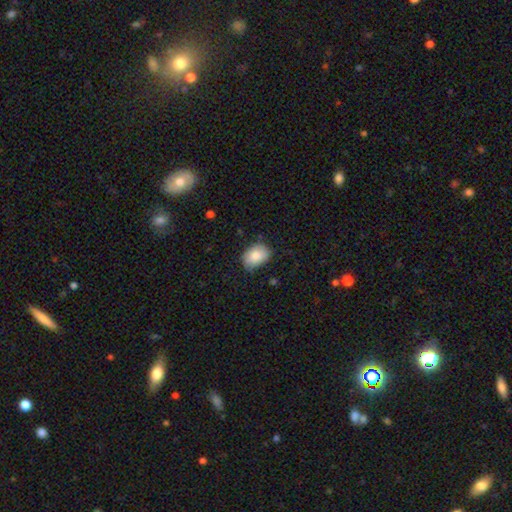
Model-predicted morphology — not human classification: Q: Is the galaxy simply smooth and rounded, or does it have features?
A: smooth — 85%.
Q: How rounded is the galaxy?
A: in between — 80%.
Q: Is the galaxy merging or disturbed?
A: none — 74%.